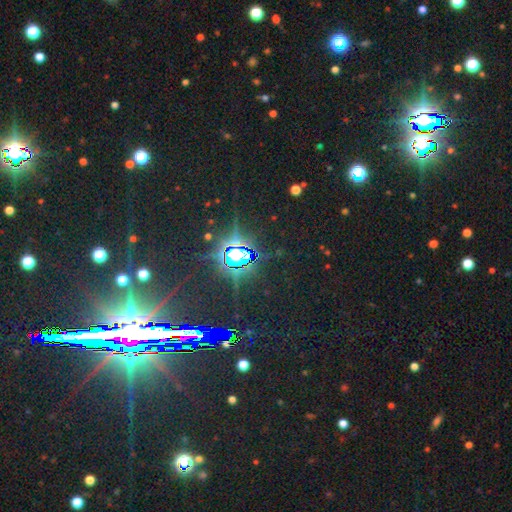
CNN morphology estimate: This appears to be a star or artifact, not a galaxy (84%).